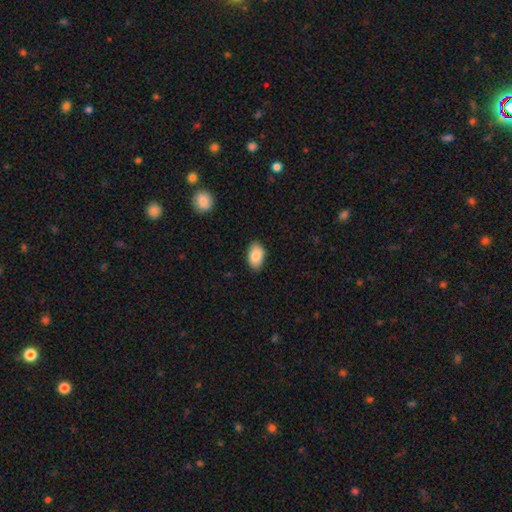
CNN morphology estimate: type=smooth (86%); roundness=in between (92%); merging=none (86%).